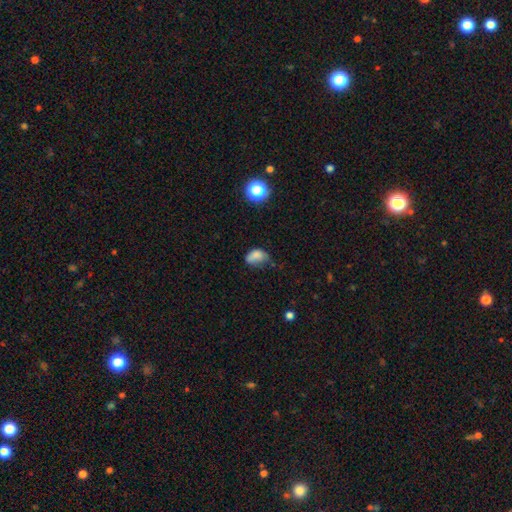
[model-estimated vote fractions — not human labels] Smooth or featured: smooth — 75% (featured or disk — 13%)
How rounded: in between — 79% (round — 19%)
Merging: minor disturbance — 41% (none — 32%)